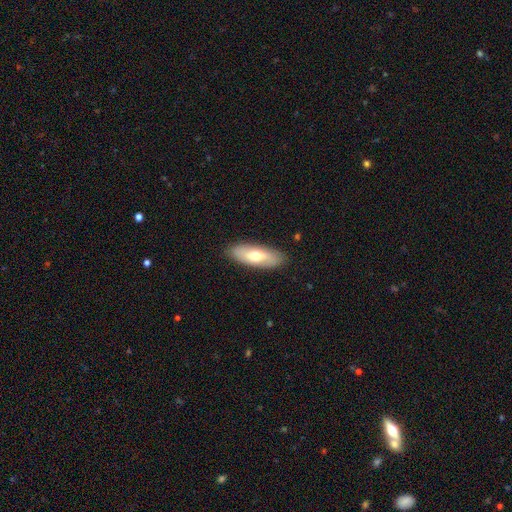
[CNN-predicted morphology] Overall: smooth (60%; featured or disk 35%). How rounded: in between (72%). Merging: none (88%).